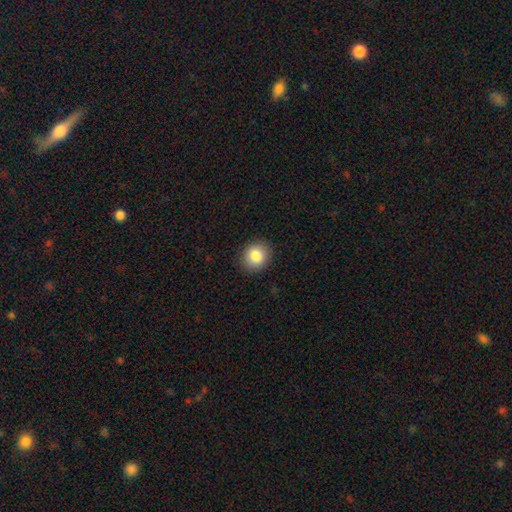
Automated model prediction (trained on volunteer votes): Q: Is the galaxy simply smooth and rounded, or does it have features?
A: smooth — 85%.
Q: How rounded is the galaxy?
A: round — 76%.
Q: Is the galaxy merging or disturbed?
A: none — 90%.